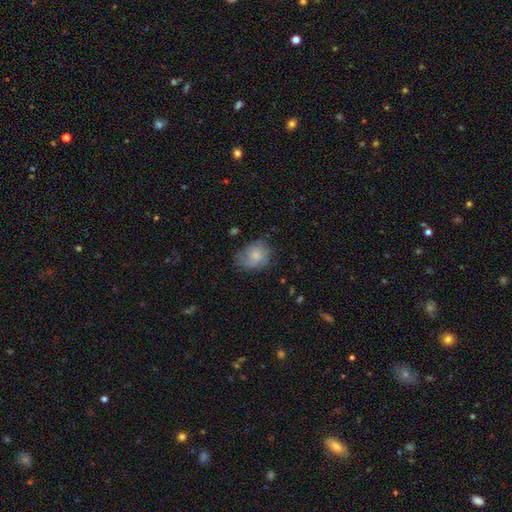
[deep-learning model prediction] smooth 70%, featured or disk 22%, star or artifact 8%. Down the decision tree: how rounded — in between (56%); merging — none (57%).